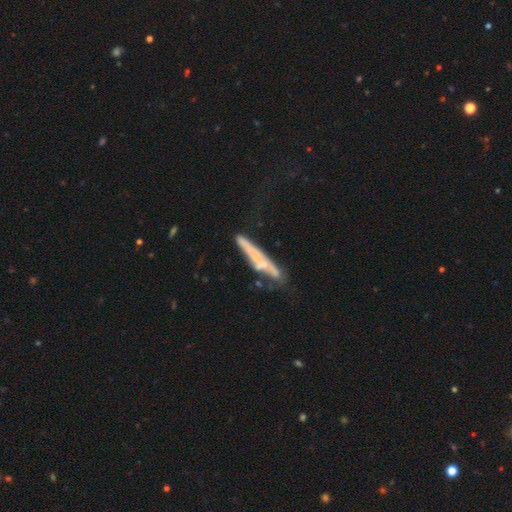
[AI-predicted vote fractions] Smooth or featured: featured or disk — 56% (smooth — 35%)
Edge-on disk: yes — 70% (no — 30%)
Merging: none — 51% (minor disturbance — 25%)